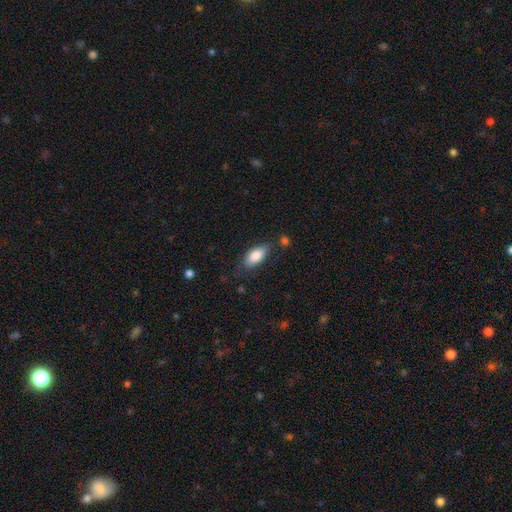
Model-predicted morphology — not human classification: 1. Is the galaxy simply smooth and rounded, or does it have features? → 83% smooth, 11% featured or disk, 7% star or artifact.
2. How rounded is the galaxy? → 86% in between, 11% cigar-shaped, 2% round.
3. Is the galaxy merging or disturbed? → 72% none, 19% minor disturbance, 5% major disturbance, 4% merger.